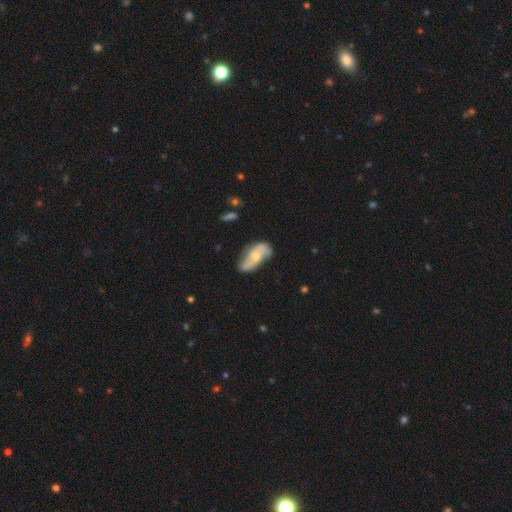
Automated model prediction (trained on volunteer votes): Smooth or featured? Predicted: featured or disk (p=0.66). Edge-on disk? Predicted: no (p=0.92). Bar? Predicted: no (p=0.63). Spiral arms? Predicted: yes (p=0.85). Spiral winding? Predicted: loose (p=0.58). Spiral arm count? Predicted: 2 (p=0.83). Bulge size? Predicted: moderate (p=0.49). Merging? Predicted: none (p=0.56).